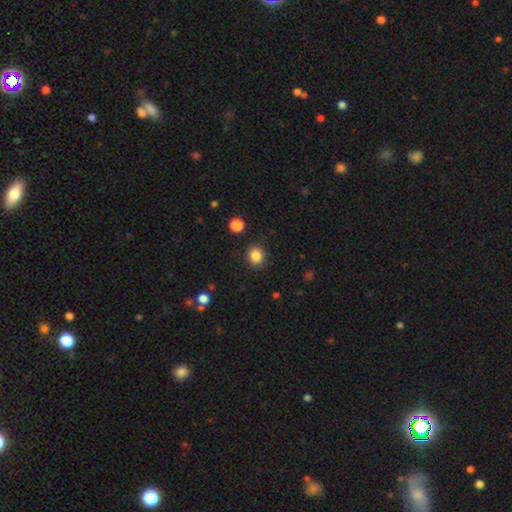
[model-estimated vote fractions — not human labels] Smooth or featured? smooth (85%)
How rounded? round (77%)
Merging? none (88%)